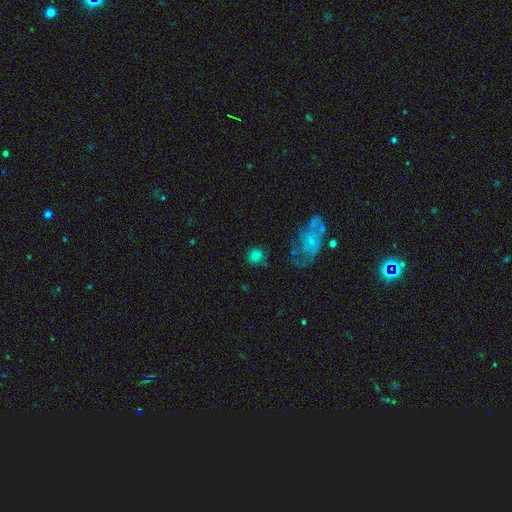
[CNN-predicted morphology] Smooth or featured? Predicted: smooth (p=0.71). How rounded? Predicted: round (p=0.80). Merging? Predicted: none (p=0.69).